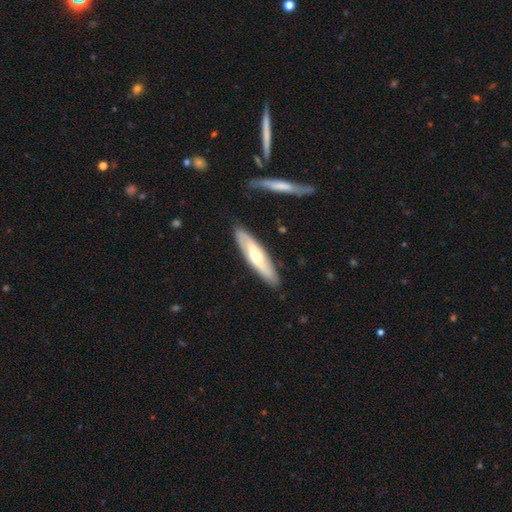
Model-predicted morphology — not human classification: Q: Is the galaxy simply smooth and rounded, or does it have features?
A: featured or disk — 53%.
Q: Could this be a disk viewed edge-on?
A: yes — 54%.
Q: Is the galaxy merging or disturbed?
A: none — 86%.